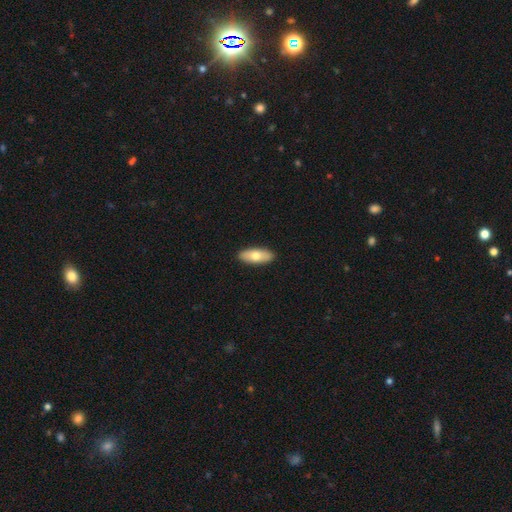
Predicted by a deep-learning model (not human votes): Overall: smooth (70%). How rounded: in between (79%). Merging: none (91%).